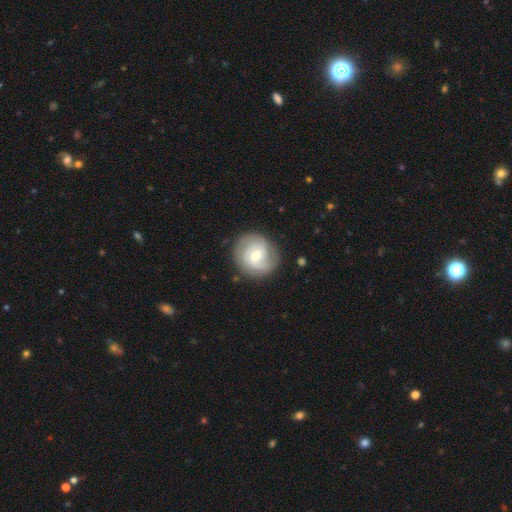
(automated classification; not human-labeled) smooth_or_featured: featured or disk (p=0.72) [alt: smooth p=0.22]
disk_edge_on: no (p=0.98) [alt: yes p=0.02]
bar: no (p=0.47) [alt: weak p=0.45]
has_spiral_arms: yes (p=0.92) [alt: no p=0.08]
spiral_winding: tight (p=0.49) [alt: medium p=0.39]
spiral_arm_count: 2 (p=0.54) [alt: can't tell p=0.18]
bulge_size: moderate (p=0.59) [alt: small p=0.35]
merging: none (p=0.82) [alt: minor disturbance p=0.12]